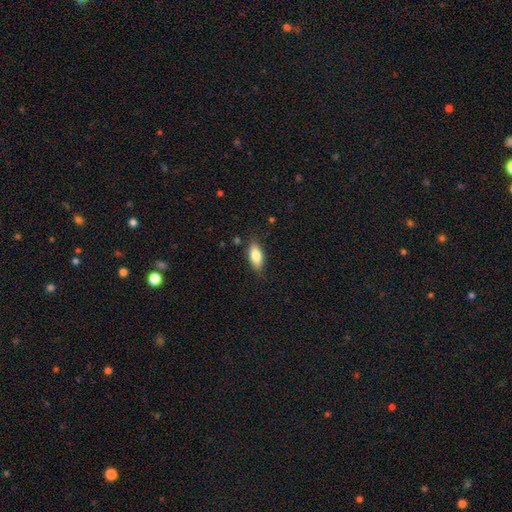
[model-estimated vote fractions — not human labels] This is clearly a smooth galaxy (81%). How rounded: clearly in between (84%). Merging: clearly none (83%).